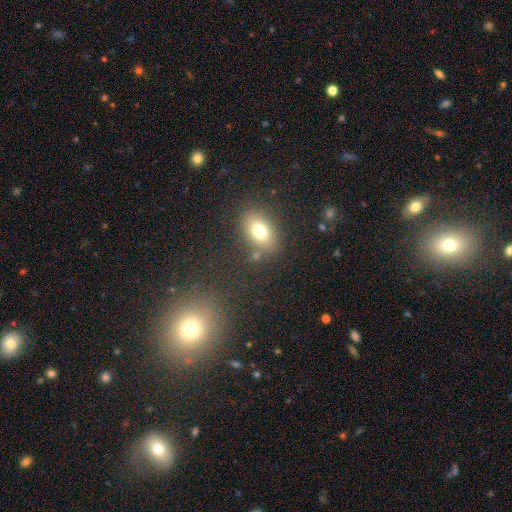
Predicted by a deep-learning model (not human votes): Q: Smooth or featured?
A: smooth (75%); runner-up: star or artifact (13%)
Q: How rounded?
A: in between (78%); runner-up: round (20%)
Q: Merging?
A: none (80%); runner-up: minor disturbance (11%)